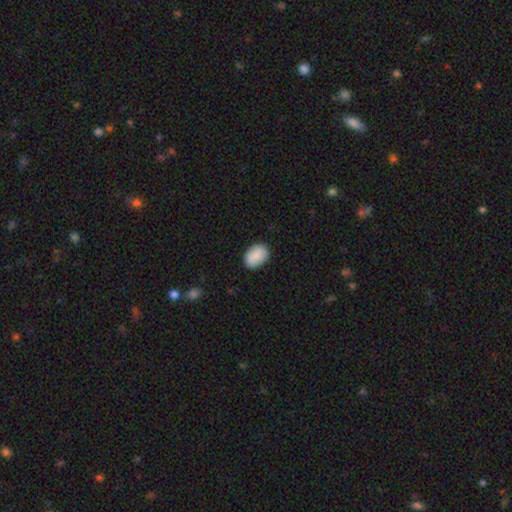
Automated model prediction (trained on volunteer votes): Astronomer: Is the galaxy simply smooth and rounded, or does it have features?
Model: smooth — 88%.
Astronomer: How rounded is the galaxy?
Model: in between — 79%.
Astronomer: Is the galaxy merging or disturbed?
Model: none — 82%.